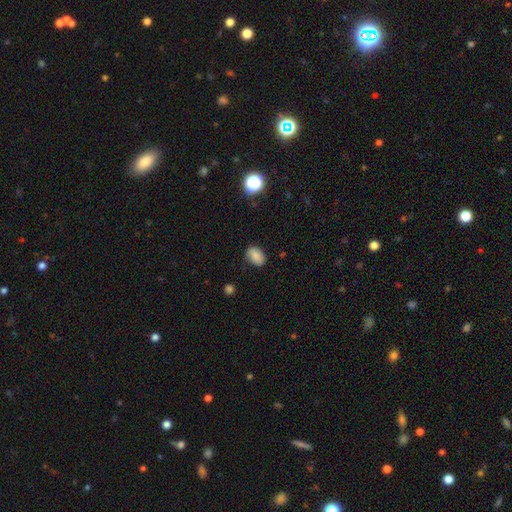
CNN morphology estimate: A smooth galaxy with no disk features (85%) that is in between round and cigar-shaped (84%).

Vote fractions:
- Smooth or featured? smooth: 85% / star or artifact: 10% / featured or disk: 5%
- How rounded? in between: 84% / round: 15% / cigar-shaped: 1%
- Merging? none: 83% / minor disturbance: 13% / major disturbance: 3% / merger: 1%